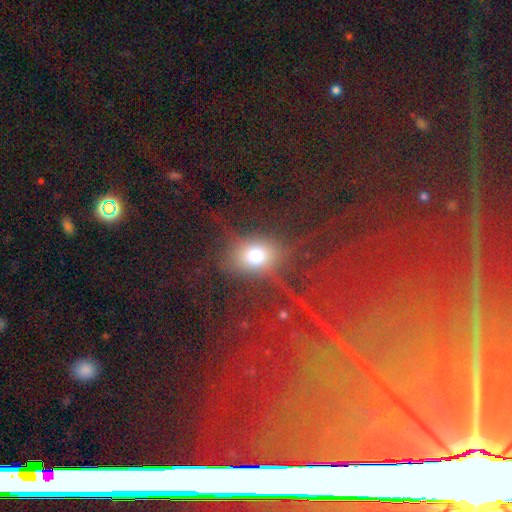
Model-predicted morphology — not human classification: Overall: smooth (65%). How rounded: round (53%; in between 45%). Merging: none (61%).